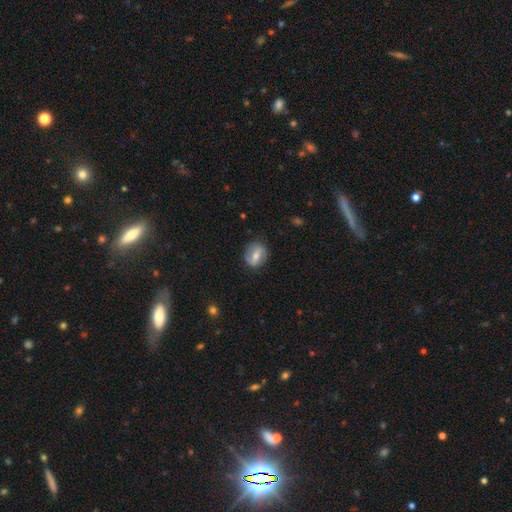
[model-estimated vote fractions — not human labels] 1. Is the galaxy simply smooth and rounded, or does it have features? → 47% smooth, 46% featured or disk, 7% star or artifact.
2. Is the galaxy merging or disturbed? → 82% none, 13% minor disturbance, 4% major disturbance, 1% merger.